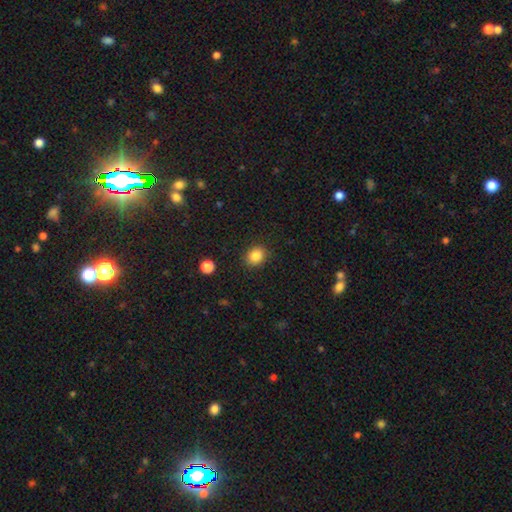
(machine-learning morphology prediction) smooth 85%, star or artifact 10%, featured or disk 4%. Down the decision tree: how rounded — round (55%); merging — none (88%).